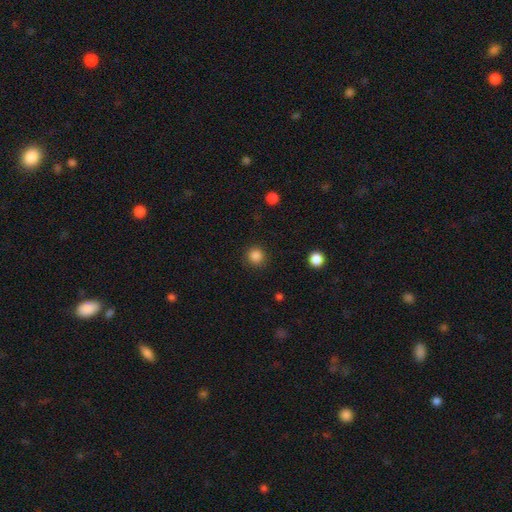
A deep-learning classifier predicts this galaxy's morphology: smooth 86%, star or artifact 11%, featured or disk 3%. Down the decision tree: how rounded — round (94%); merging — none (90%).